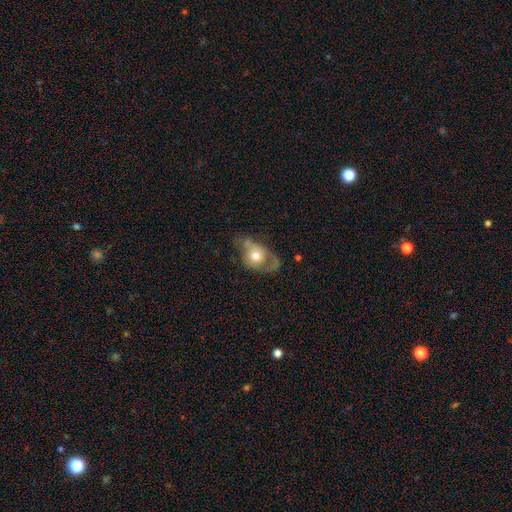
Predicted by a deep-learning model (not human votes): Smooth or featured? smooth (56%)
How rounded? in between (57%)
Merging? major disturbance (32%)